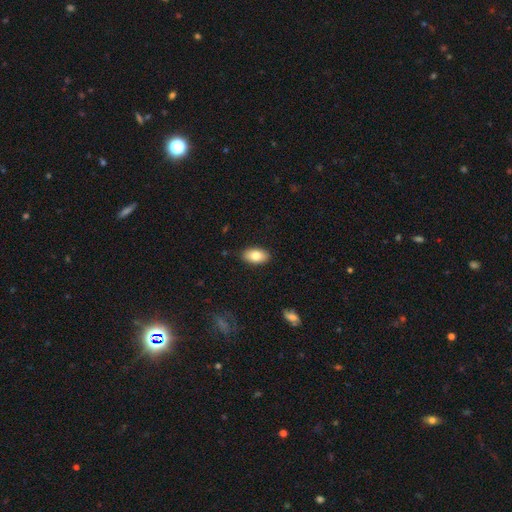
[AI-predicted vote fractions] smooth 80%, featured or disk 13%, star or artifact 7%. Down the decision tree: how rounded — in between (93%); merging — none (88%).